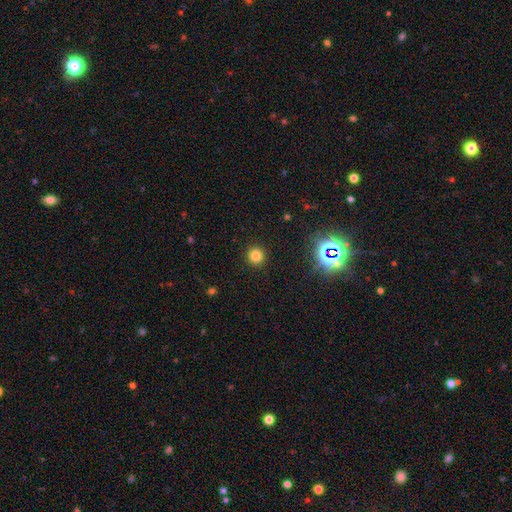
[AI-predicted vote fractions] A smooth galaxy with no disk features (78%) that is round (94%).

Vote fractions:
- Smooth or featured? smooth: 78% / star or artifact: 17% / featured or disk: 5%
- How rounded? round: 94% / in between: 5% / cigar-shaped: 1%
- Merging? none: 92% / minor disturbance: 5% / major disturbance: 2% / merger: 1%